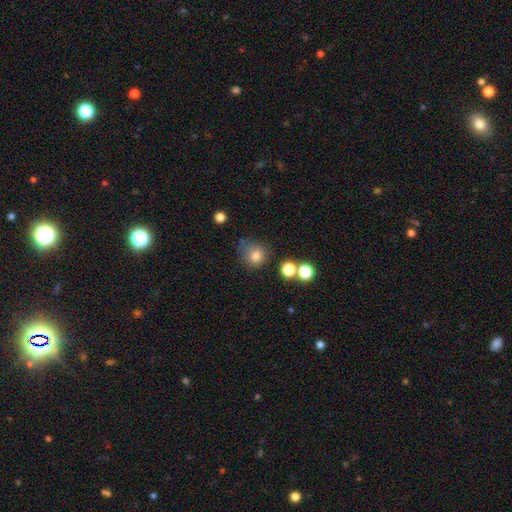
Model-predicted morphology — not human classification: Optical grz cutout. It shows a smooth galaxy with no disk features (79%) that is round (86%). Merging: none (62%).